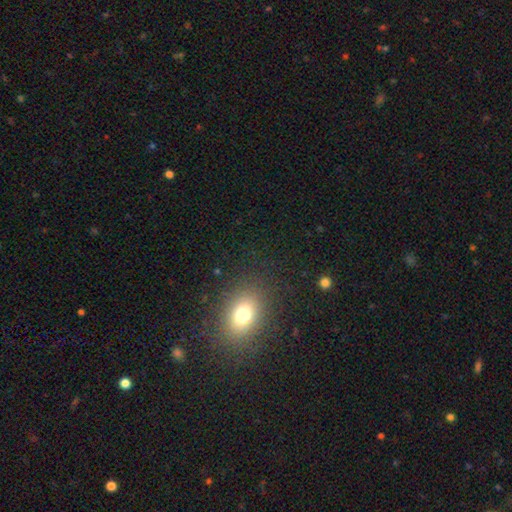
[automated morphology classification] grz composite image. It shows a smooth galaxy with no disk features (73%) that is in between round and cigar-shaped (74%). Merging: none (89%).